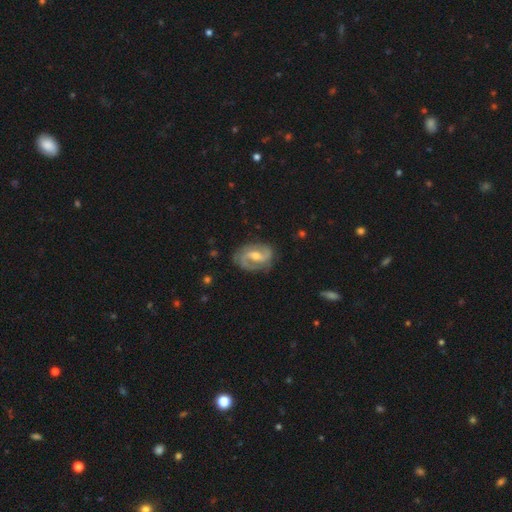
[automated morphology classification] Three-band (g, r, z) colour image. It shows a featured or disk galaxy (84%) with a weak bar (49%), 2 (85%) medium (46%) spiral arms (94%) and a moderate central bulge (59%). Merging: none (75%).